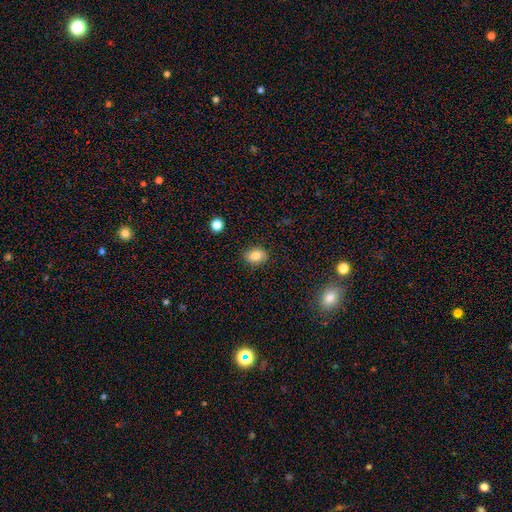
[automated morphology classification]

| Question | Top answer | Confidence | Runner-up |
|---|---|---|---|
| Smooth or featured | smooth | 83% | star or artifact (9%) |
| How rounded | in between | 70% | round (29%) |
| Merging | none | 86% | minor disturbance (10%) |